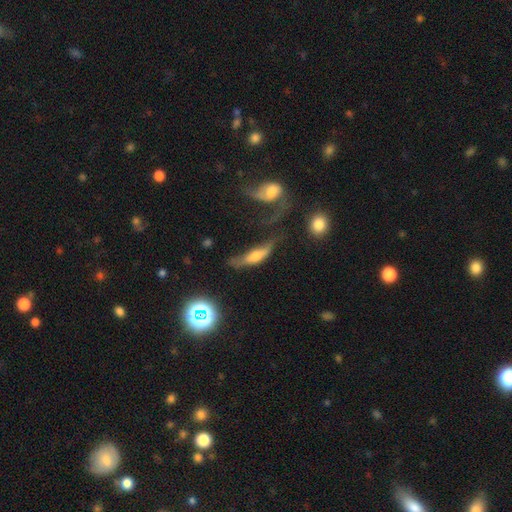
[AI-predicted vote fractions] Morphology: type=featured or disk (50%); edge-on=yes (55%); merging=major disturbance (36%).